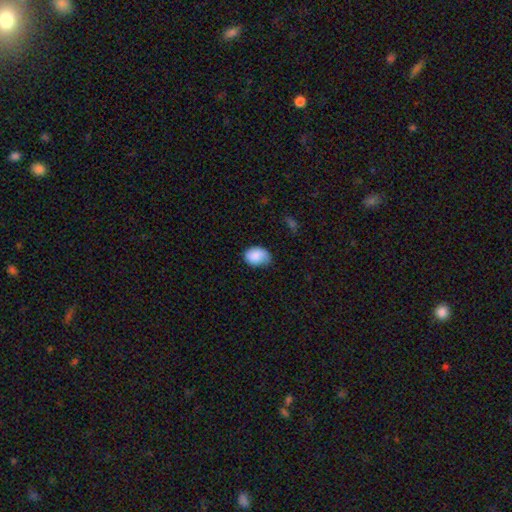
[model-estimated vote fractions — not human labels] smooth 86%, featured or disk 7%, star or artifact 7%. Down the decision tree: how rounded — in between (71%); merging — none (58%).